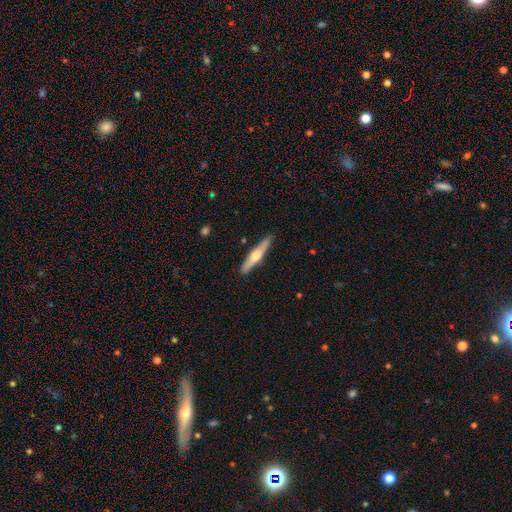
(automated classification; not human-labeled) This is possibly a featured or disk galaxy (54%). It is clearly viewed edge-on (93%). Merging: clearly none (89%).